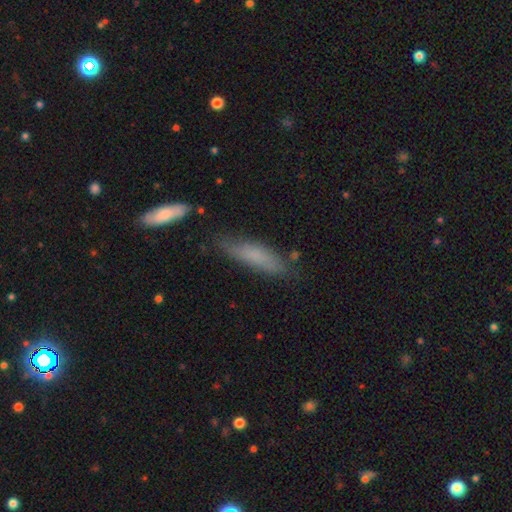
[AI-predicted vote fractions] This appears to be a smooth galaxy with no disk features (72%) that is cigar-shaped (67%). Merging: none (69%).